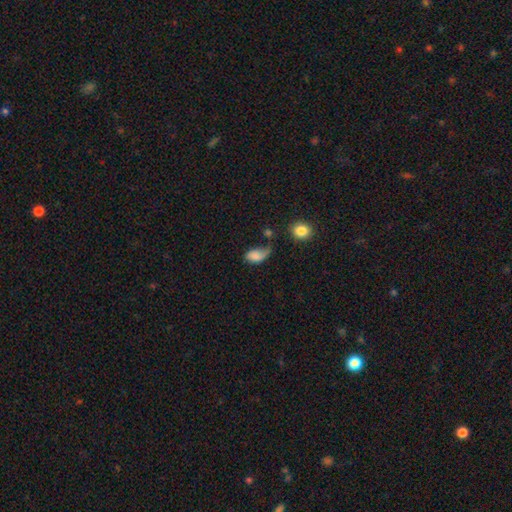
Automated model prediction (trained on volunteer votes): smooth 73%, featured or disk 17%, star or artifact 9%. Down the decision tree: how rounded — in between (87%); merging — major disturbance (35%).